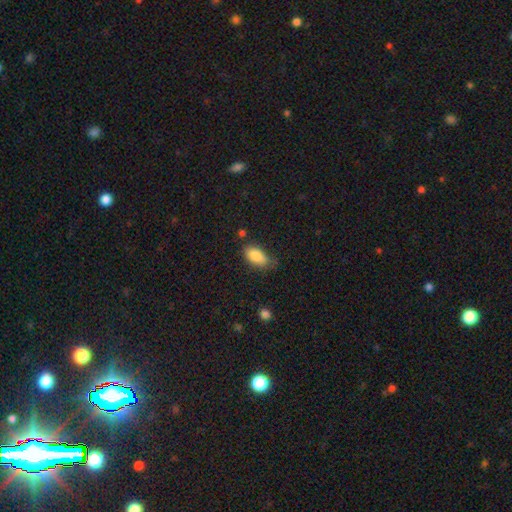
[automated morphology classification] smooth_or_featured: smooth (p=0.86) [alt: star or artifact p=0.07]
how_rounded: in between (p=0.90) [alt: cigar-shaped p=0.06]
merging: none (p=0.62) [alt: minor disturbance p=0.28]